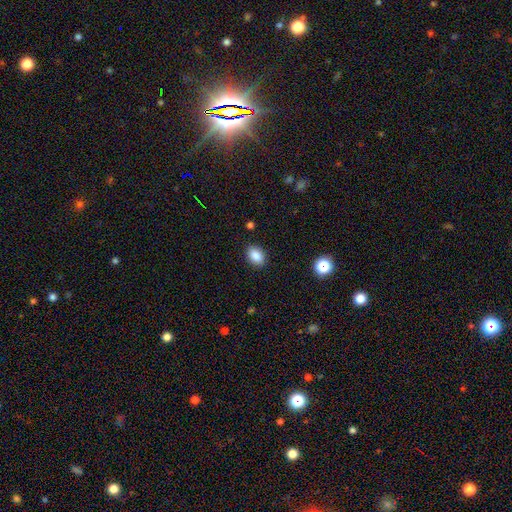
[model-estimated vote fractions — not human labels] smooth 87%, star or artifact 9%, featured or disk 4%. Down the decision tree: how rounded — in between (81%); merging — none (88%).